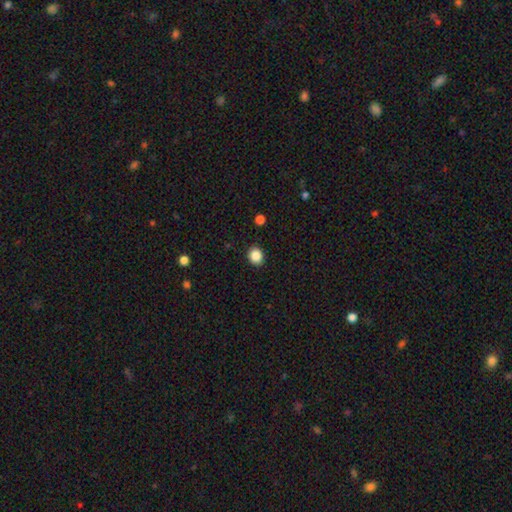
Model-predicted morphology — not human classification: smooth 86%, star or artifact 10%, featured or disk 4%. Down the decision tree: how rounded — round (65%); merging — none (90%).